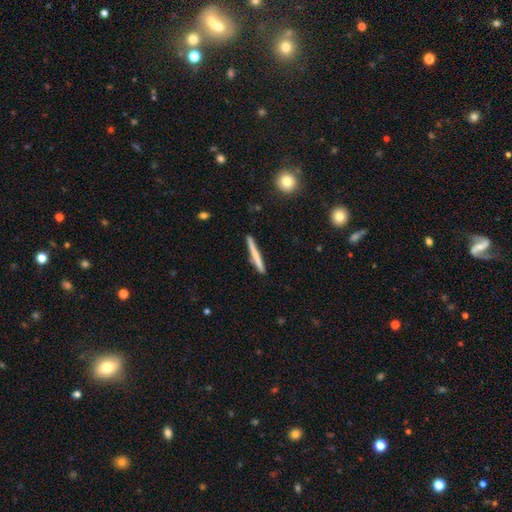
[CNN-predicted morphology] Smooth or featured? smooth (59%)
How rounded? cigar-shaped (96%)
Merging? none (89%)